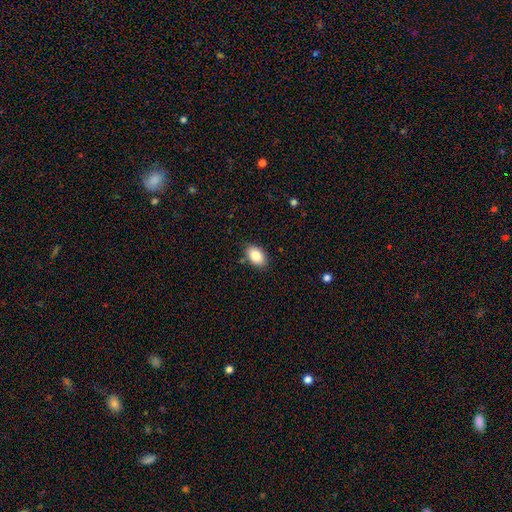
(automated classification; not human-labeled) smooth 86%, star or artifact 7%, featured or disk 6%. Down the decision tree: how rounded — in between (90%); merging — none (86%).